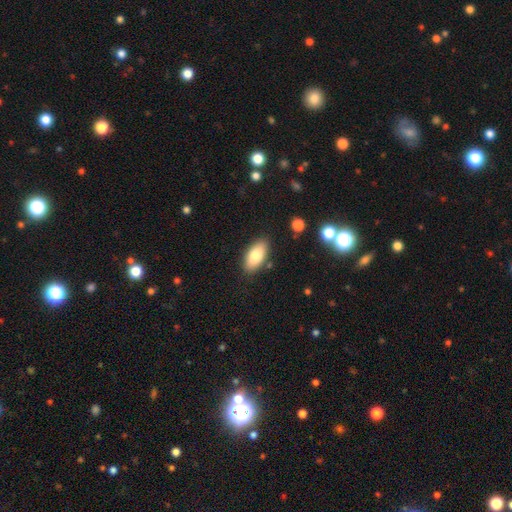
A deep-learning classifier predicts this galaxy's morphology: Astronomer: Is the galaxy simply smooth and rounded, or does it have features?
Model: smooth — 80%.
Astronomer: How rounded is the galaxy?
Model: in between — 90%.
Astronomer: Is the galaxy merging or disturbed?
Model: none — 84%.